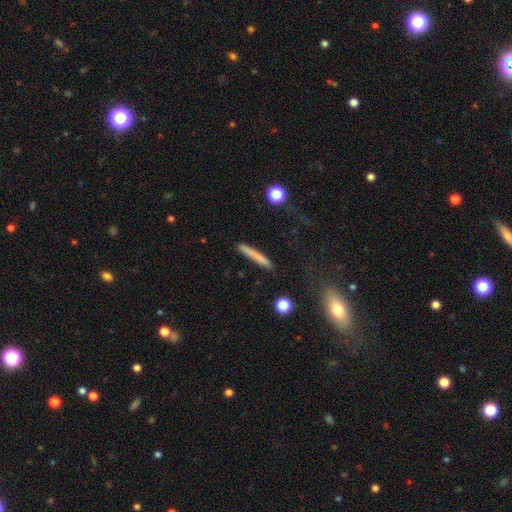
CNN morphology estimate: Overall: smooth (74%). How rounded: cigar-shaped (95%). Merging: none (87%).